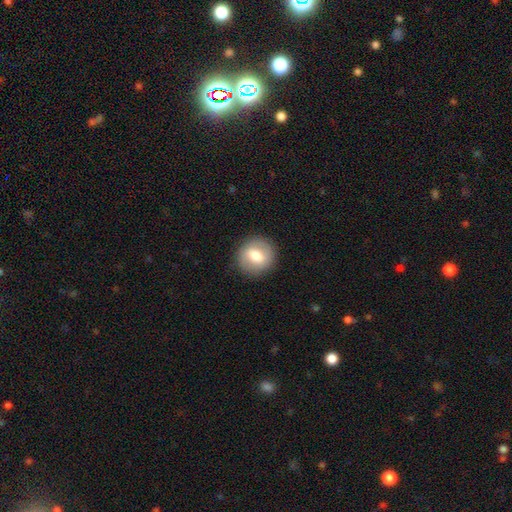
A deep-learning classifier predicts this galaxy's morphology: smooth-or-featured: smooth: 67% | featured or disk: 26% | star or artifact: 8%
  how-rounded: round: 87% | in between: 12% | cigar-shaped: 1%
  merging: none: 89% | minor disturbance: 8% | major disturbance: 3% | merger: 1%